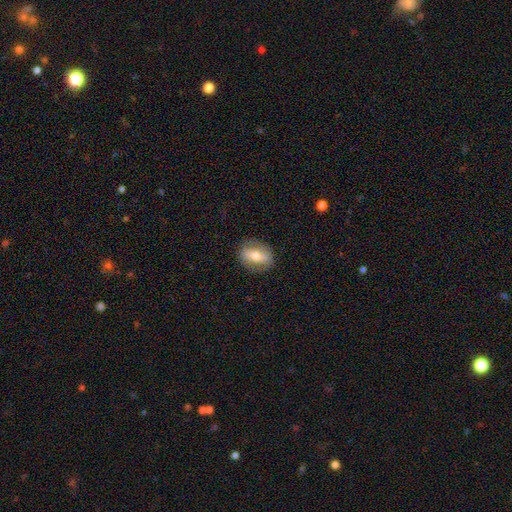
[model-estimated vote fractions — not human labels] Overall: smooth (53%; featured or disk 40%). How rounded: in between (70%). Merging: none (82%).